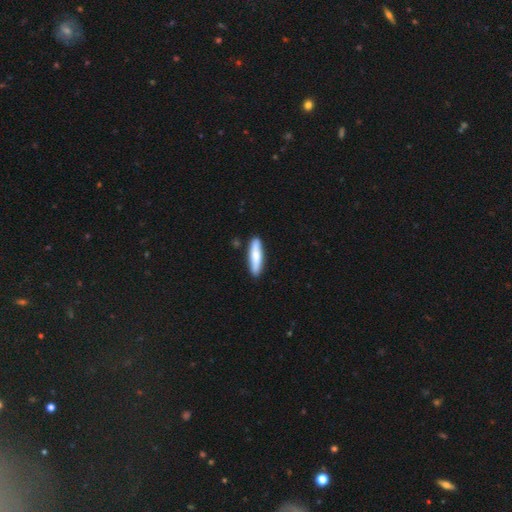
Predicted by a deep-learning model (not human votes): This appears to be a smooth galaxy with no disk features (69%) that is cigar-shaped (79%). Merging: none (88%).